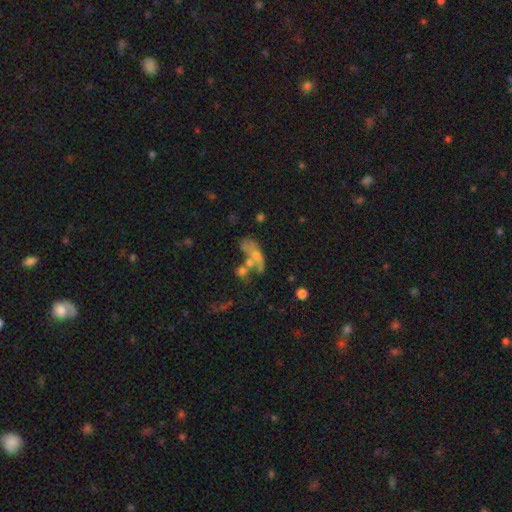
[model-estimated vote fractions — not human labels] A smooth galaxy with no disk features (45%). Merging: merger (41%).